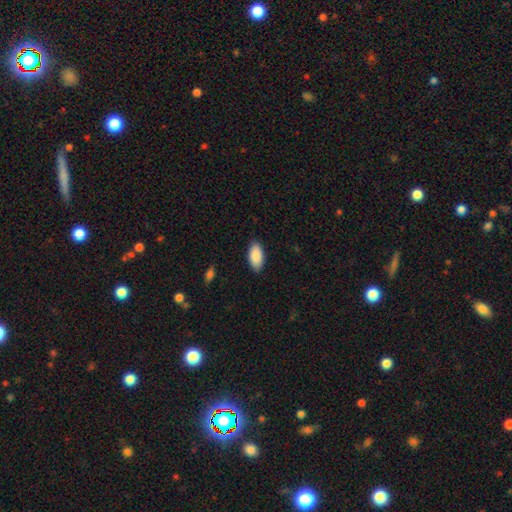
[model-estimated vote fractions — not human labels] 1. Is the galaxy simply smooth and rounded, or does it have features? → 90% smooth, 6% star or artifact, 4% featured or disk.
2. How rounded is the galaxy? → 93% in between, 5% cigar-shaped, 2% round.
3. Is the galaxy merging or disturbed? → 87% none, 10% minor disturbance, 2% major disturbance, 1% merger.